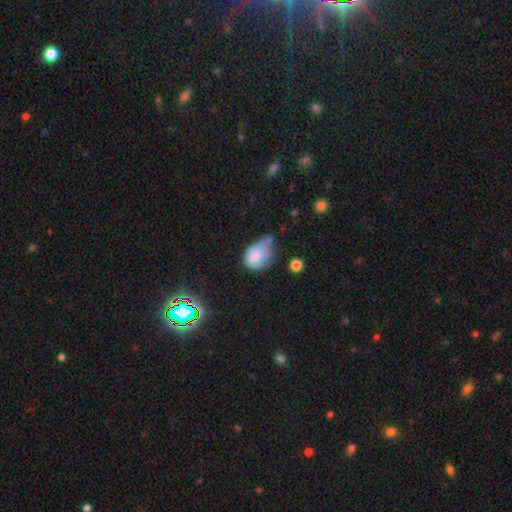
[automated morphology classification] A smooth galaxy with no disk features (65%) that is in between round and cigar-shaped (61%). Merging: minor disturbance (37%).